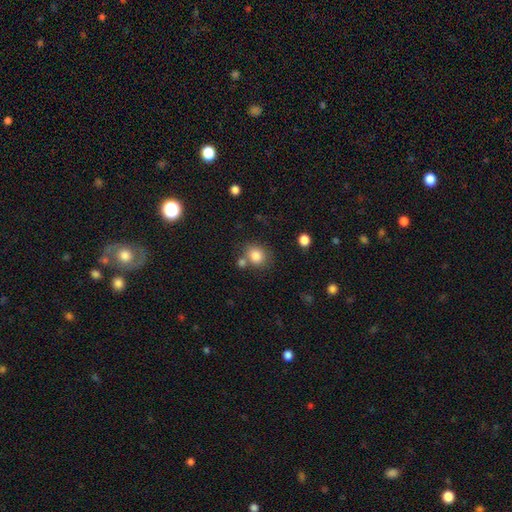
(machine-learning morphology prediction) This is clearly a smooth galaxy (83%). How rounded: likely round (74%). Merging: likely none (65%).